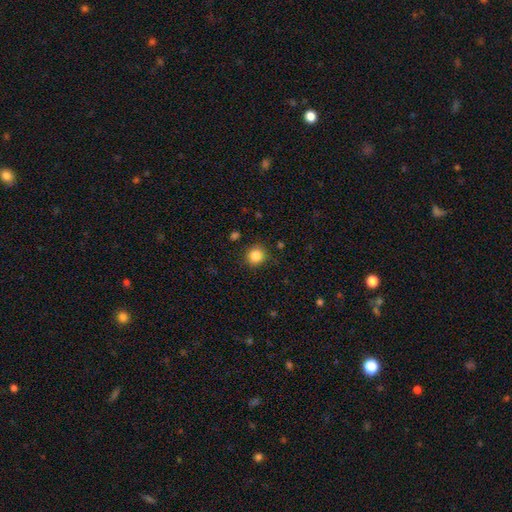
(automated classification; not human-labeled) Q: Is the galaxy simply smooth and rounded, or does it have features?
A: smooth — 85%.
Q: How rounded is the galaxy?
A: round — 90%.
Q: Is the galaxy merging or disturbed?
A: none — 88%.